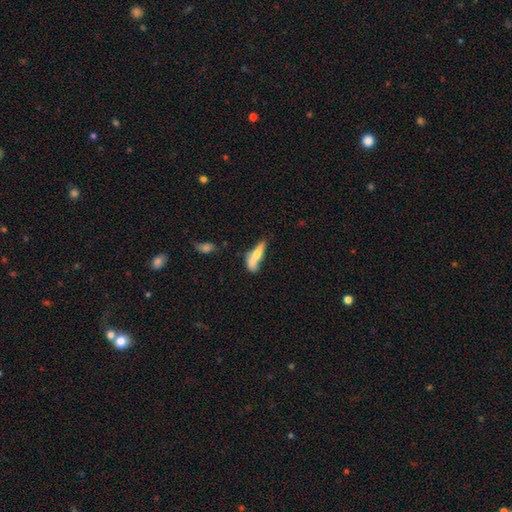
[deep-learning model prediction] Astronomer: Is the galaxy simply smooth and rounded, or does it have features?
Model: smooth — 65%.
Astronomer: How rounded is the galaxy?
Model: cigar-shaped — 69%.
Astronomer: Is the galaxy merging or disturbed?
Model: none — 42% (runner-up: minor disturbance, 29%).